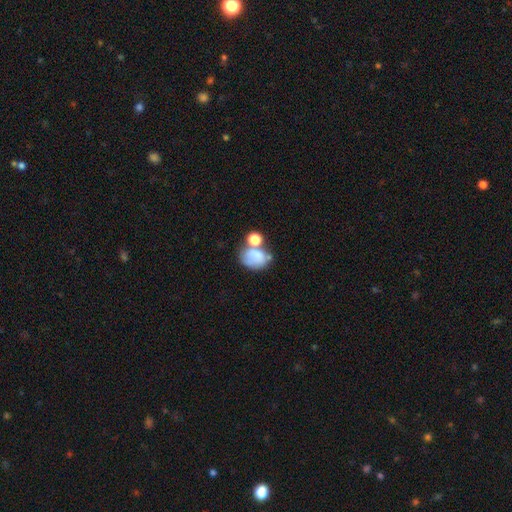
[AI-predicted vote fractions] Overall: smooth (70%). How rounded: in between (59%; round 40%). Merging: merger (37%; none 31%).